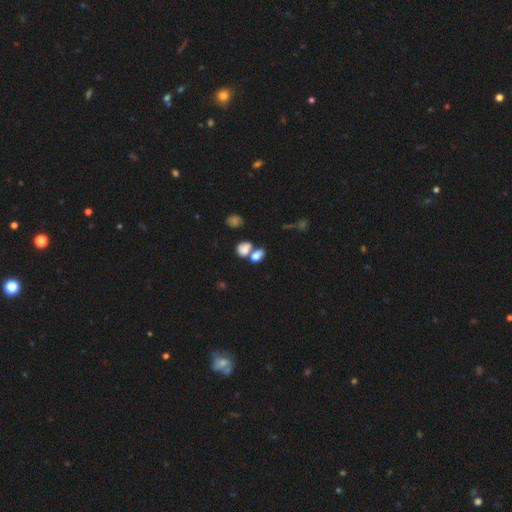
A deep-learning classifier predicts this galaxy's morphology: Q: Smooth or featured?
A: smooth (76%); runner-up: star or artifact (13%)
Q: How rounded?
A: in between (76%); runner-up: round (22%)
Q: Merging?
A: merger (49%); runner-up: none (36%)